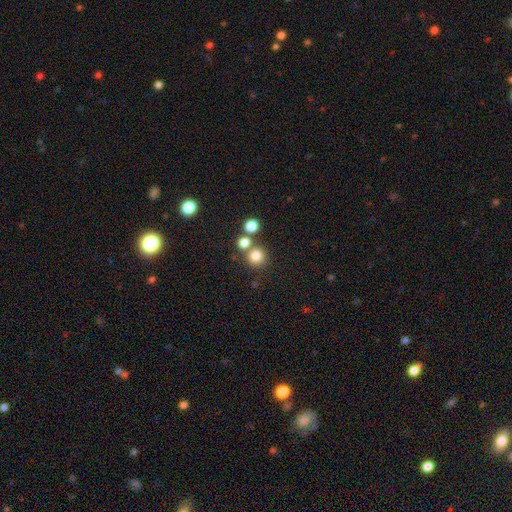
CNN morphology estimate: Overall: smooth (79%). How rounded: round (91%). Merging: none (69%).